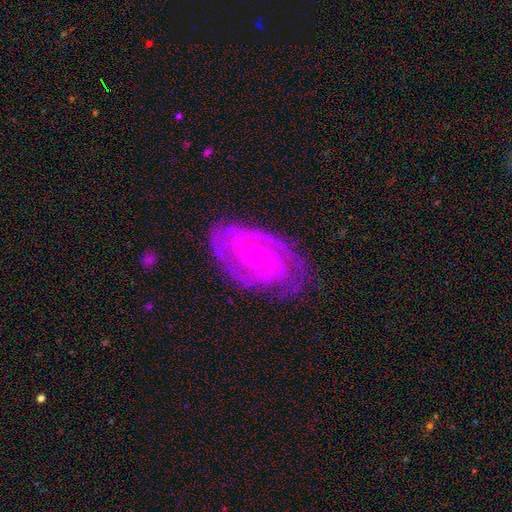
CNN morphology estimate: featured or disk 90%, smooth 5%, star or artifact 5%. Down the decision tree: edge-on disk — no (97%); bar — no (67%); spiral arms — yes (98%); spiral arm count — 2 (57%); spiral winding — tight (73%); bulge size — small (81%); merging — none (75%).